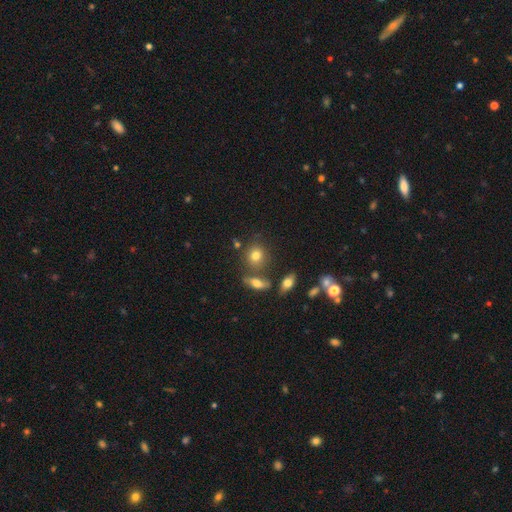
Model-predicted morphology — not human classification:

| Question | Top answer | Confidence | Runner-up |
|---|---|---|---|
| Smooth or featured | smooth | 77% | featured or disk (12%) |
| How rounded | round | 72% | in between (26%) |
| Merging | none | 68% | merger (16%) |